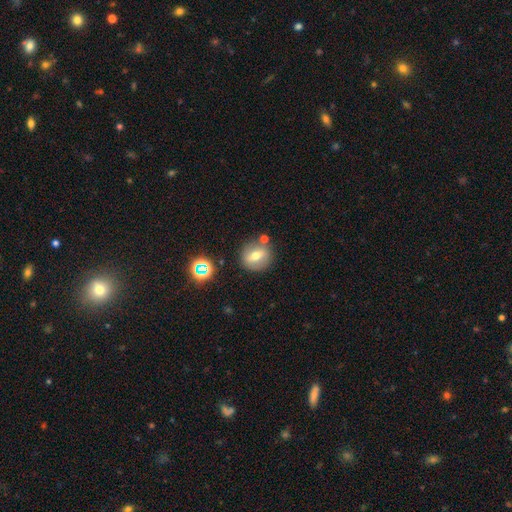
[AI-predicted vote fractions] smooth 53%, featured or disk 35%, star or artifact 12%. Down the decision tree: how rounded — round (81%); merging — none (78%).